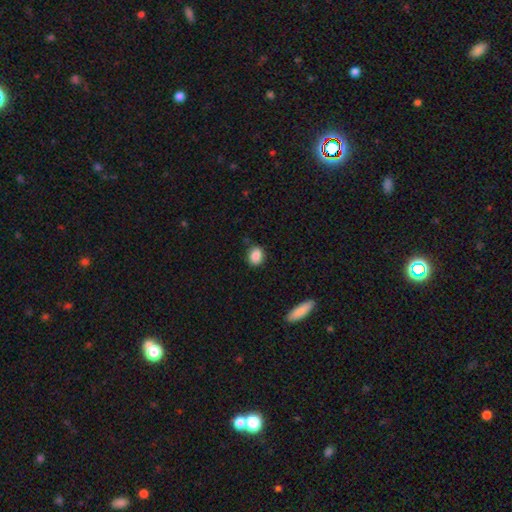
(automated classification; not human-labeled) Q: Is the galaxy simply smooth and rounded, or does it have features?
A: smooth — 88%.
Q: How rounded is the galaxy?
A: in between — 51%.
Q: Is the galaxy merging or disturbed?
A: none — 84%.